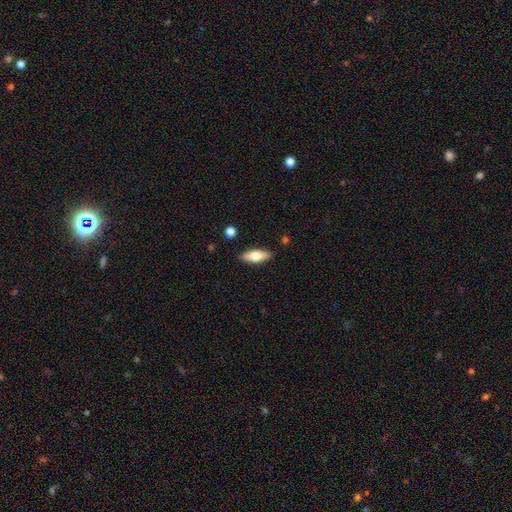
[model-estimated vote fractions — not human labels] Morphology: type=smooth (61%); roundness=in between (71%); merging=none (88%).